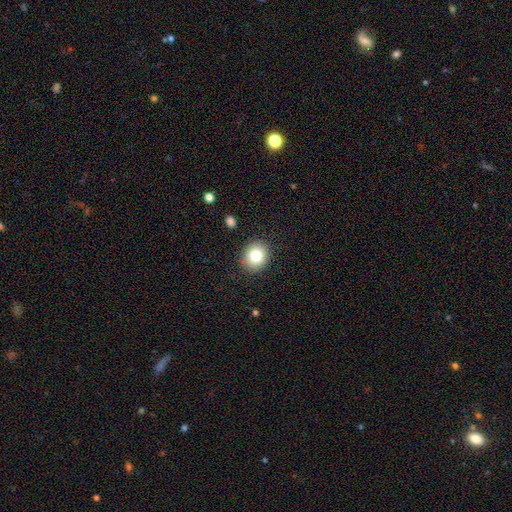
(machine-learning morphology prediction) Smooth or featured? smooth (80%)
How rounded? round (71%)
Merging? none (89%)